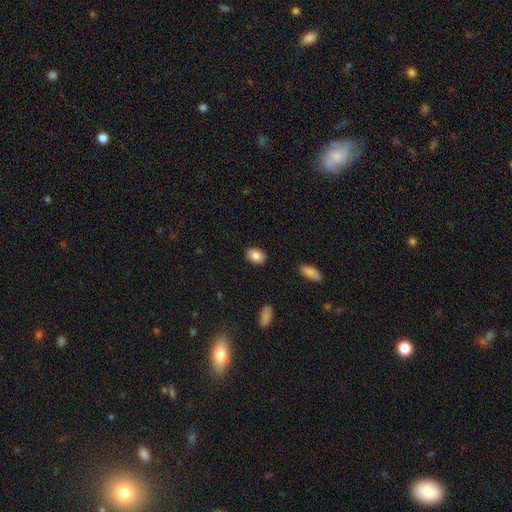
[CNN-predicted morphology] This is clearly a smooth galaxy (84%). How rounded: likely in between (67%). Merging: clearly none (87%).